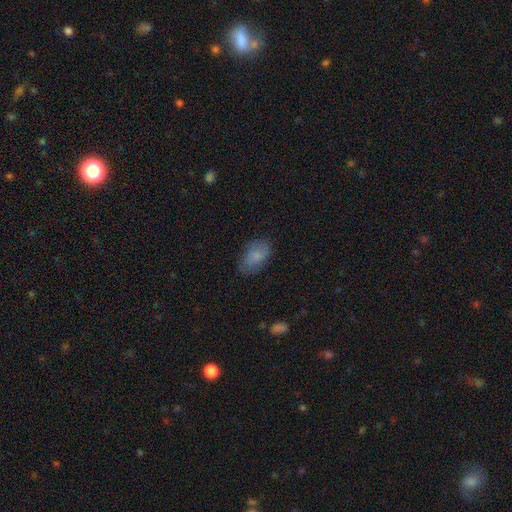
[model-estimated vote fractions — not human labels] Smooth or featured? smooth (77%)
How rounded? in between (92%)
Merging? none (74%)